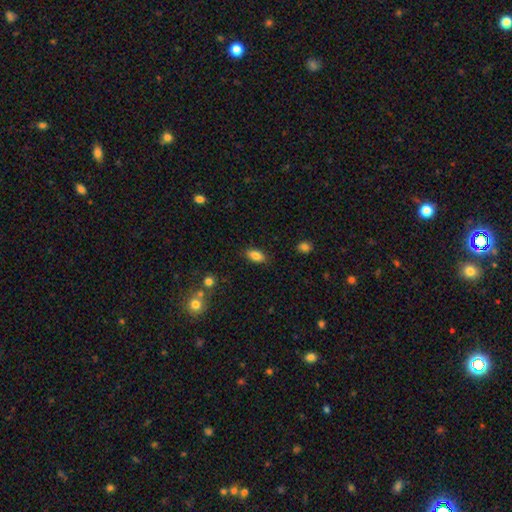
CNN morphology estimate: Overall: smooth (84%). How rounded: in between (88%). Merging: none (84%).